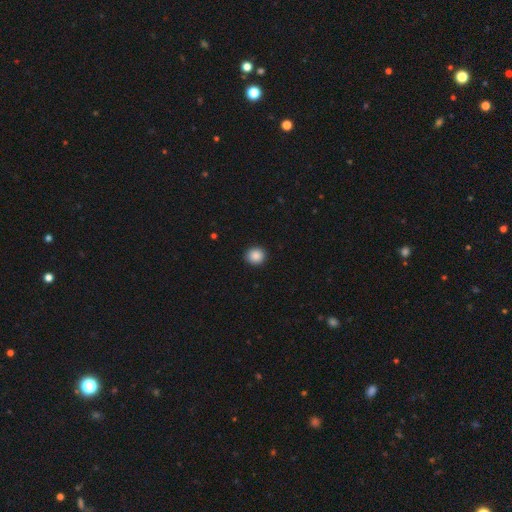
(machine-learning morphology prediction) Smooth or featured? smooth (88%)
How rounded? round (89%)
Merging? none (92%)